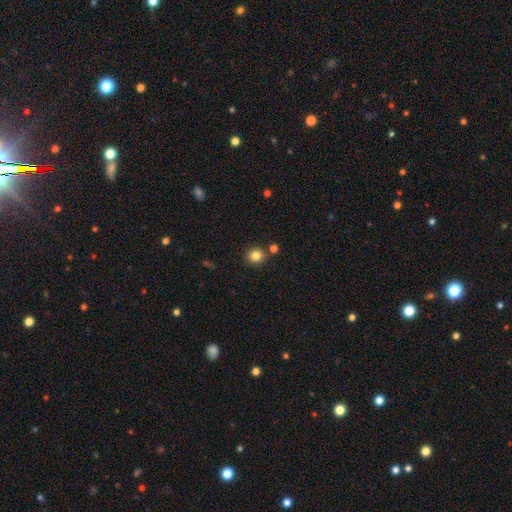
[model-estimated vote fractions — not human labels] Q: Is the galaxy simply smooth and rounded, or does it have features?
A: smooth — 83%.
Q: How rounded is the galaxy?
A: round — 87%.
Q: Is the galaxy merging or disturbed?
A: none — 83%.